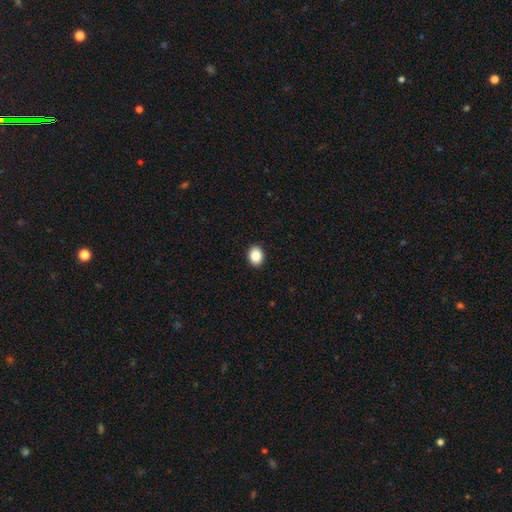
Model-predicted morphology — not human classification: Smooth or featured?
  - smooth: 87% *
  - star or artifact: 9%
  - featured or disk: 5%
How rounded?
  - in between: 54% *
  - round: 45%
  - cigar-shaped: 1%
Merging?
  - none: 92% *
  - minor disturbance: 6%
  - major disturbance: 2%
  - merger: 1%